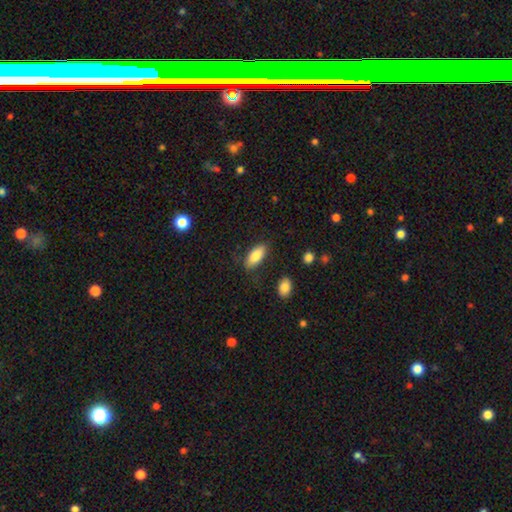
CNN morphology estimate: Smooth or featured? smooth (83%)
How rounded? in between (83%)
Merging? none (81%)